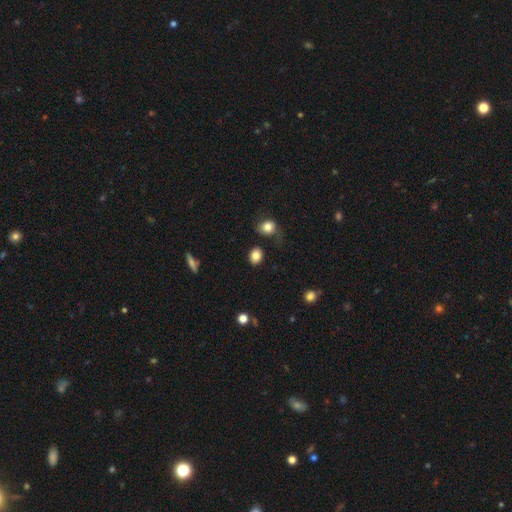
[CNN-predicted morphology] The model was most divided on "how rounded": round: 51%, in between: 48%, cigar-shaped: 1%. More confident: smooth or featured — smooth (83%); merging — none (80%).